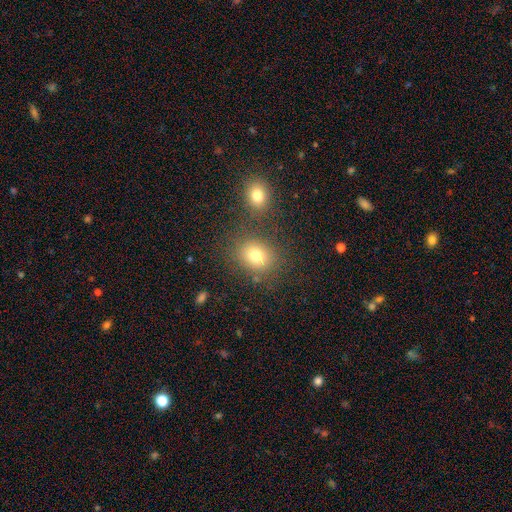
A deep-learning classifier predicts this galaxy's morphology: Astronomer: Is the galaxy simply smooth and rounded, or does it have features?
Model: smooth — 76%.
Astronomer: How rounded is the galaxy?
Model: round — 56% (runner-up: in between, 43%).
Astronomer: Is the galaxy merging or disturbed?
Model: none — 73%.